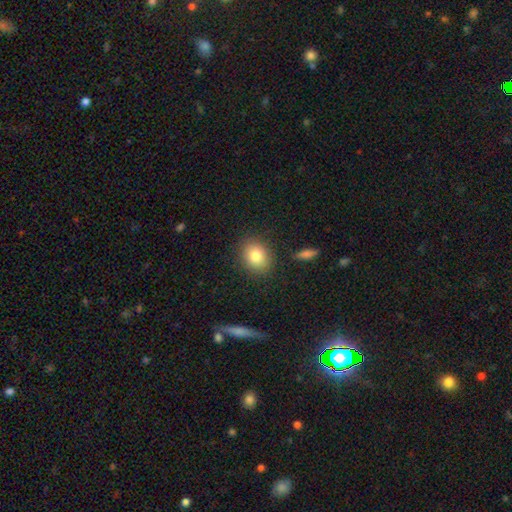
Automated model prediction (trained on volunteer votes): smooth-or-featured: smooth: 81% | featured or disk: 9% | star or artifact: 9%
  how-rounded: round: 56% | in between: 42% | cigar-shaped: 1%
  merging: none: 86% | minor disturbance: 9% | major disturbance: 3% | merger: 2%